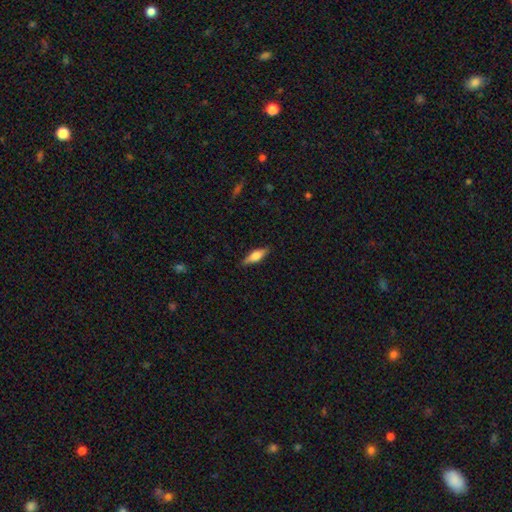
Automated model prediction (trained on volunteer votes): The model was most divided on "how rounded": in between: 49%, cigar-shaped: 48%, round: 3%. More confident: merging — none (86%); smooth or featured — smooth (55%).